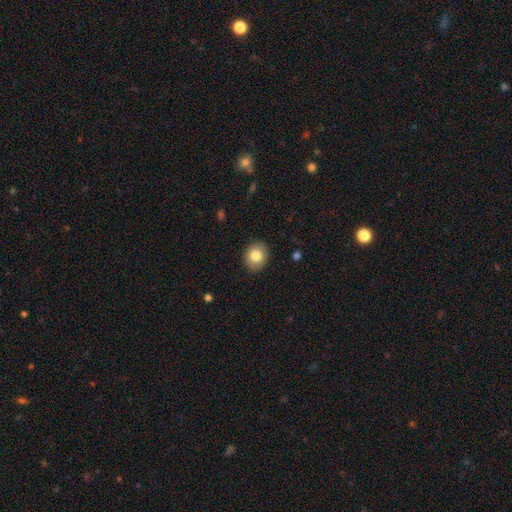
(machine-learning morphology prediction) type=smooth (82%); roundness=round (58%); merging=none (89%).